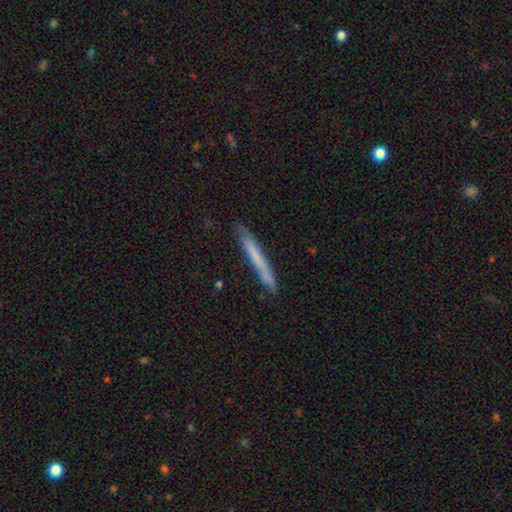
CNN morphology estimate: smooth_or_featured: smooth (p=0.64) [alt: featured or disk p=0.30]
how_rounded: cigar-shaped (p=0.97) [alt: in between p=0.02]
merging: none (p=0.81) [alt: minor disturbance p=0.14]